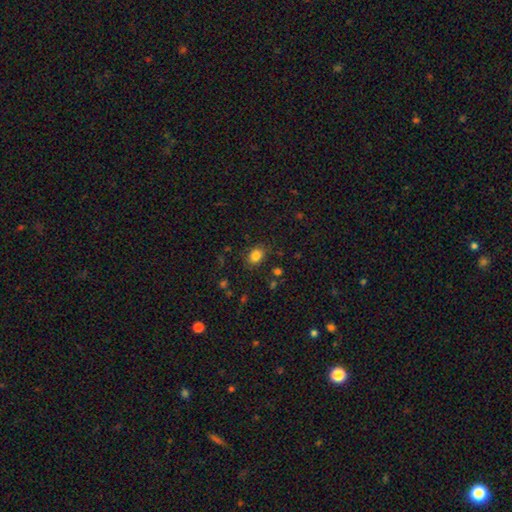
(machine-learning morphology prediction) type=smooth (83%); roundness=in between (59%); merging=none (82%).